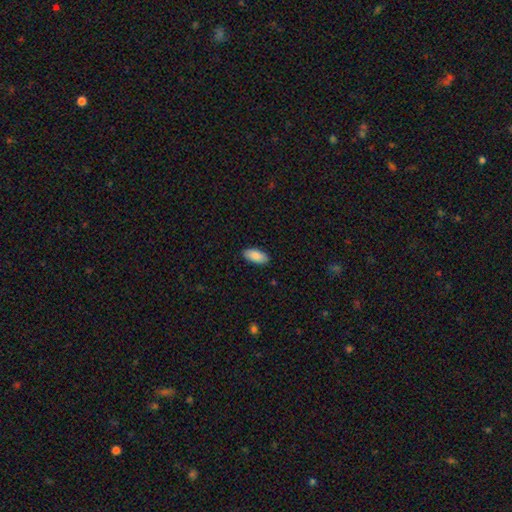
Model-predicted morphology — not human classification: This appears to be a smooth galaxy with no disk features (87%) that is in between round and cigar-shaped (91%). Merging: none (89%).